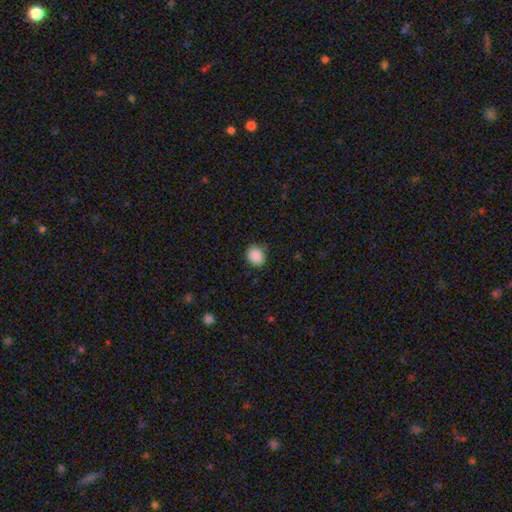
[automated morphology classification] smooth 88%, star or artifact 9%, featured or disk 3%. Down the decision tree: how rounded — round (68%); merging — none (79%).